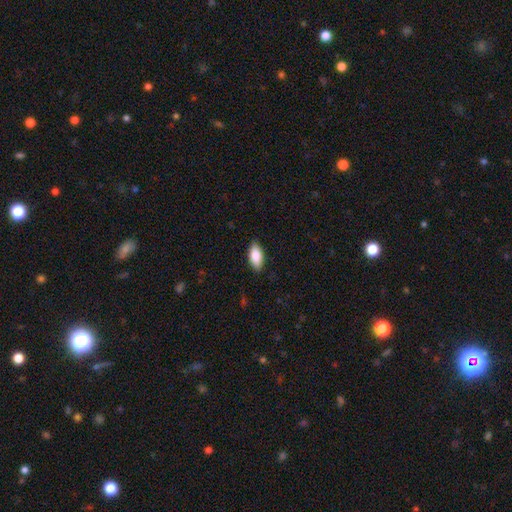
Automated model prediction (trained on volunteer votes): A smooth galaxy with no disk features (86%) that is in between round and cigar-shaped (90%).

Vote fractions:
- Smooth or featured? smooth: 86% / featured or disk: 8% / star or artifact: 6%
- How rounded? in between: 90% / cigar-shaped: 8% / round: 2%
- Merging? none: 87% / minor disturbance: 10% / major disturbance: 2% / merger: 1%